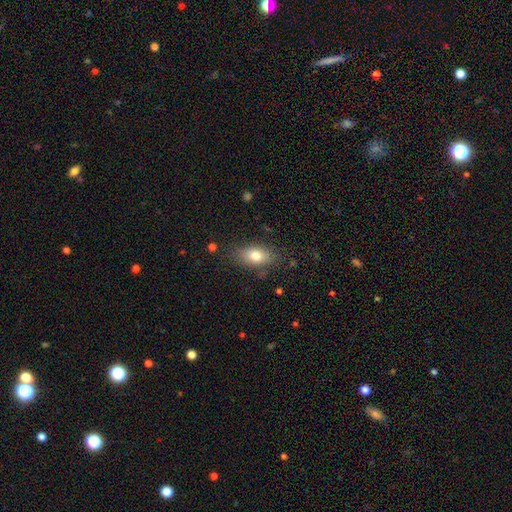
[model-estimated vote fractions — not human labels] This is likely a smooth galaxy (77%). How rounded: clearly in between (84%). Merging: clearly none (80%).